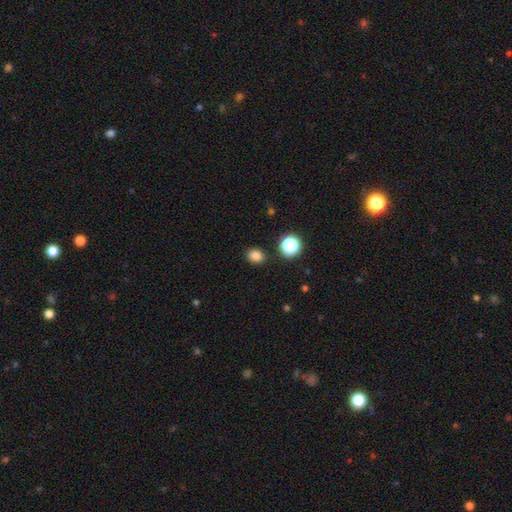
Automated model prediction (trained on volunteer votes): smooth 82%, star or artifact 14%, featured or disk 4%. Down the decision tree: how rounded — round (59%); merging — none (88%).